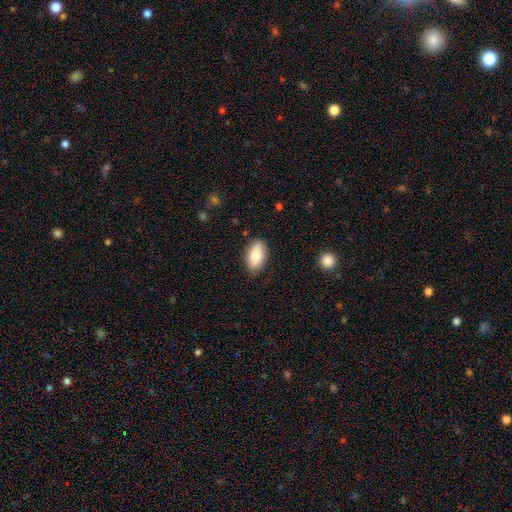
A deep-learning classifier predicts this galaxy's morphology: This is clearly a smooth galaxy (85%). How rounded: clearly in between (93%). Merging: clearly none (83%).